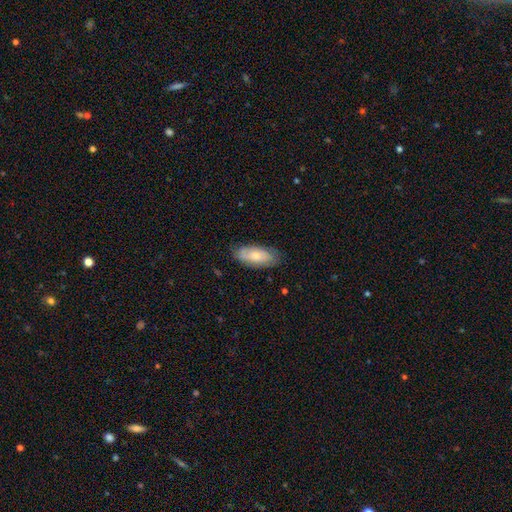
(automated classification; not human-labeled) Smooth or featured? smooth (63%)
How rounded? in between (86%)
Merging? none (75%)